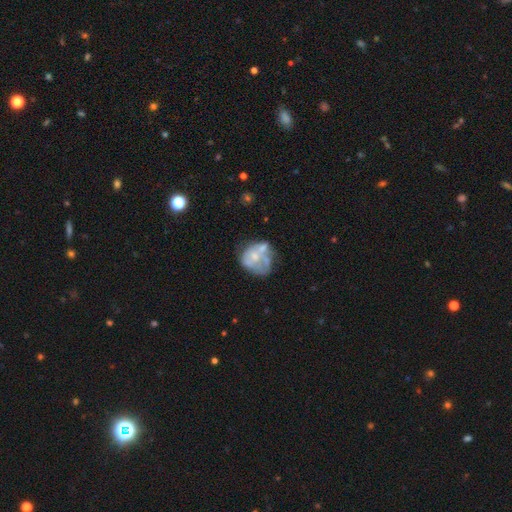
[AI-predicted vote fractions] This is possibly a featured or disk galaxy (57%). It is clearly not viewed edge-on (98%). Bar: clearly no (88%). Spiral arm pattern: clearly no (81%). Central bulge: marginally small (39%). Merging: marginally none (36%).